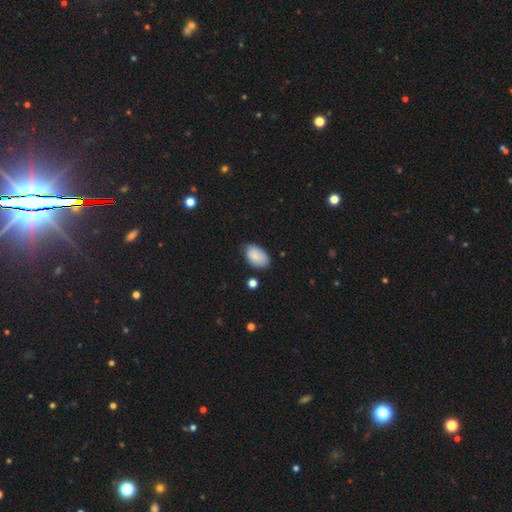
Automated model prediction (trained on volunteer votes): Smooth or featured? smooth (86%)
How rounded? in between (92%)
Merging? none (72%)